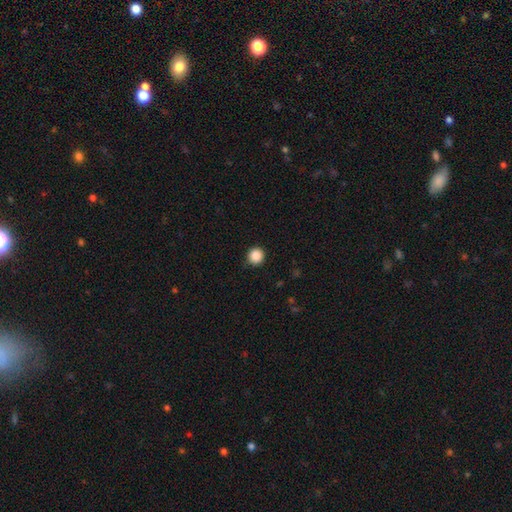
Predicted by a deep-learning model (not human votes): smooth-or-featured: smooth: 88% | star or artifact: 10% | featured or disk: 3%
  how-rounded: round: 94% | in between: 5% | cigar-shaped: 1%
  merging: none: 90% | minor disturbance: 7% | major disturbance: 2% | merger: 1%